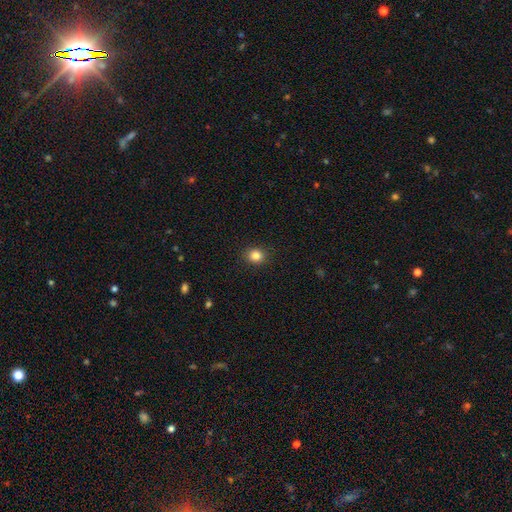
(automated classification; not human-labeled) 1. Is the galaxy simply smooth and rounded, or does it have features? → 84% smooth, 11% star or artifact, 5% featured or disk.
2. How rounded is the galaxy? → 74% round, 25% in between, 1% cigar-shaped.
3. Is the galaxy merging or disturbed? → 91% none, 6% minor disturbance, 2% major disturbance, 1% merger.